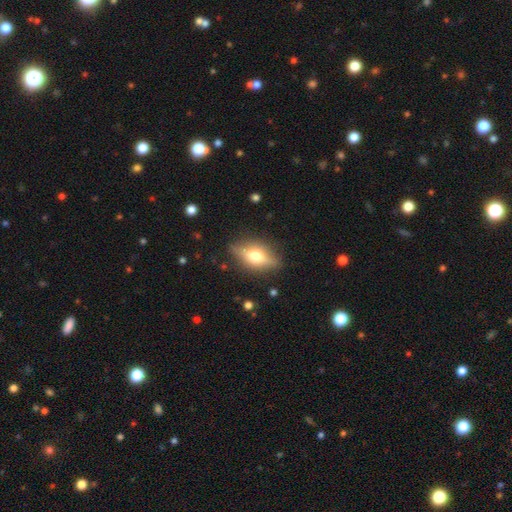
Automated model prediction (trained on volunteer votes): Morphology: type=featured or disk (55%); edge-on=yes (85%); merging=none (82%).